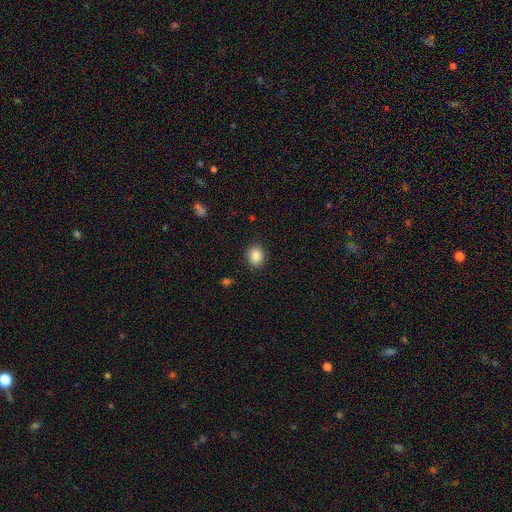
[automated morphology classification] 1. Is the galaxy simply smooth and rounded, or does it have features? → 87% smooth, 9% star or artifact, 4% featured or disk.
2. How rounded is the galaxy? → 60% round, 39% in between, 1% cigar-shaped.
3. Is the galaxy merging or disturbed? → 88% none, 8% minor disturbance, 3% major disturbance, 1% merger.